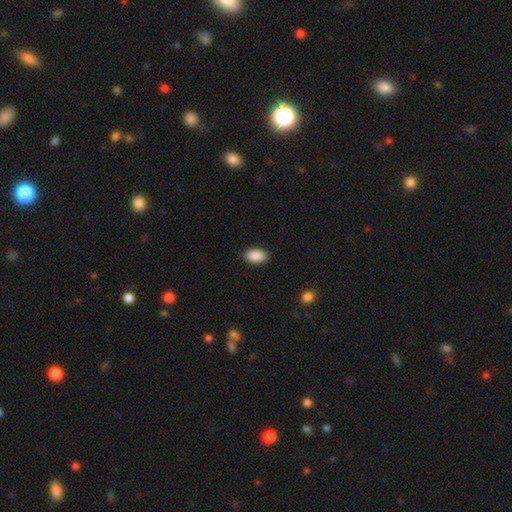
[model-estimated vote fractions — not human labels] This is clearly a smooth galaxy (90%). How rounded: clearly in between (94%). Merging: clearly none (89%).